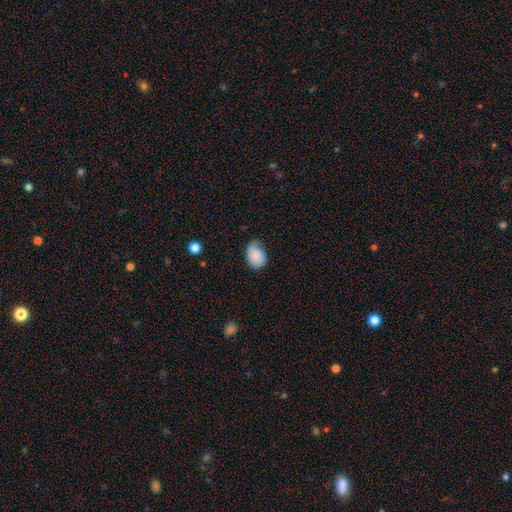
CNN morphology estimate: smooth_or_featured: smooth (p=0.84) [alt: featured or disk p=0.09]
how_rounded: in between (p=0.73) [alt: round p=0.26]
merging: none (p=0.45) [alt: minor disturbance p=0.42]